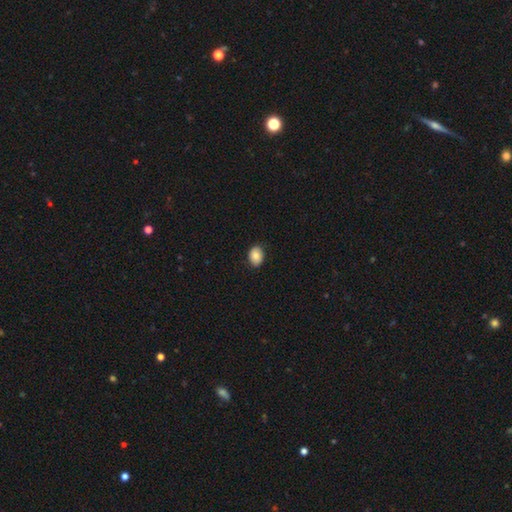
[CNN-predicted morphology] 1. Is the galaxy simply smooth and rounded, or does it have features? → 83% smooth, 9% featured or disk, 8% star or artifact.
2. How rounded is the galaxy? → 67% in between, 32% round, 1% cigar-shaped.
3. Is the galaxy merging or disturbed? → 86% none, 11% minor disturbance, 2% major disturbance, 1% merger.